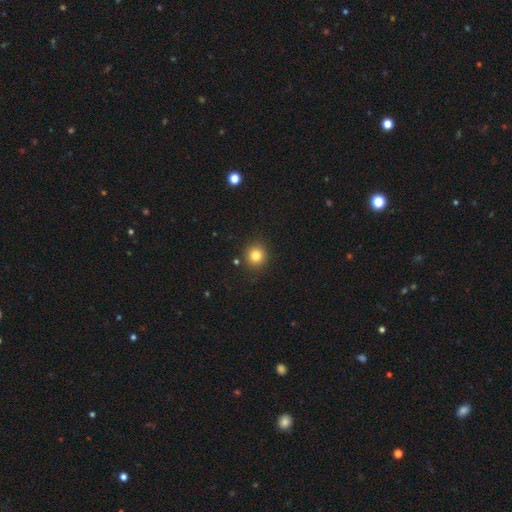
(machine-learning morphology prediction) Smooth or featured? smooth (82%)
How rounded? round (89%)
Merging? none (88%)